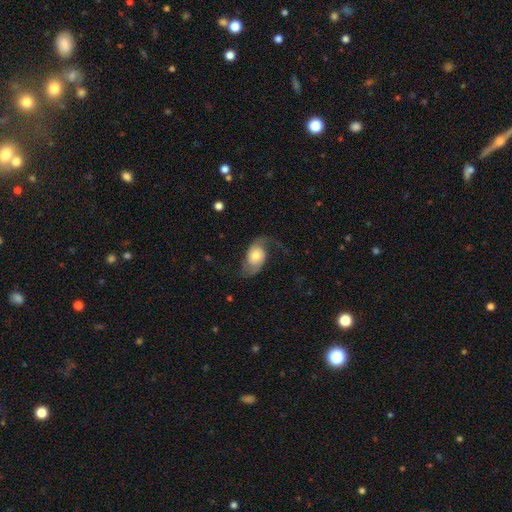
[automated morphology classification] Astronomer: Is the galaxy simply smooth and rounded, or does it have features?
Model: featured or disk — 68%.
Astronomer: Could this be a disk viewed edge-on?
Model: no — 95%.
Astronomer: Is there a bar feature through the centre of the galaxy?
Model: no — 72%.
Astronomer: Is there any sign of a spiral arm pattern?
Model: yes — 91%.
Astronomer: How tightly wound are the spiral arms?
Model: loose — 72%.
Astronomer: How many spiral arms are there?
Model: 2 — 85%.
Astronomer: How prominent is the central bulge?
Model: moderate — 61%.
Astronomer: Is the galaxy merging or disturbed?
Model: none — 55%.